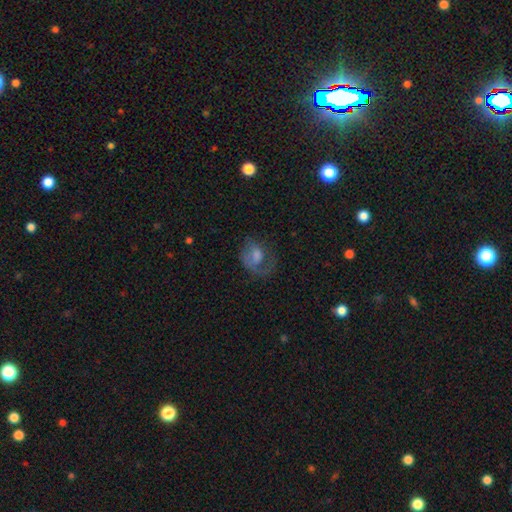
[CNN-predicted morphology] This is possibly a featured or disk galaxy (47%). Merging: possibly none (46%).